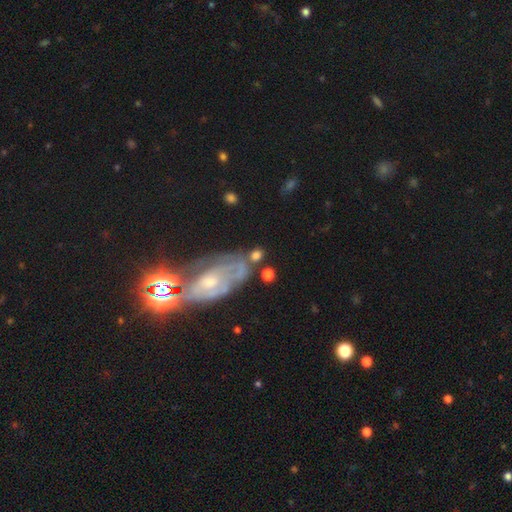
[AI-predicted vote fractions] smooth-or-featured: smooth: 63% | featured or disk: 27% | star or artifact: 10%
  how-rounded: round: 58% | in between: 38% | cigar-shaped: 3%
  merging: none: 59% | minor disturbance: 16% | merger: 15% | major disturbance: 10%